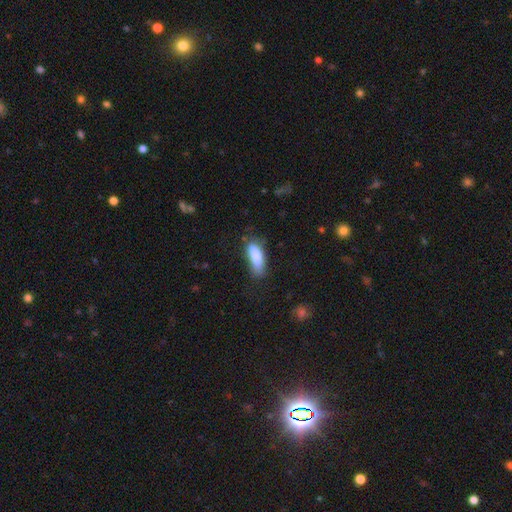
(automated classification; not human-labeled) smooth-or-featured: smooth: 83% | featured or disk: 10% | star or artifact: 7%
  how-rounded: in between: 51% | cigar-shaped: 47% | round: 2%
  merging: none: 59% | minor disturbance: 28% | major disturbance: 10% | merger: 3%